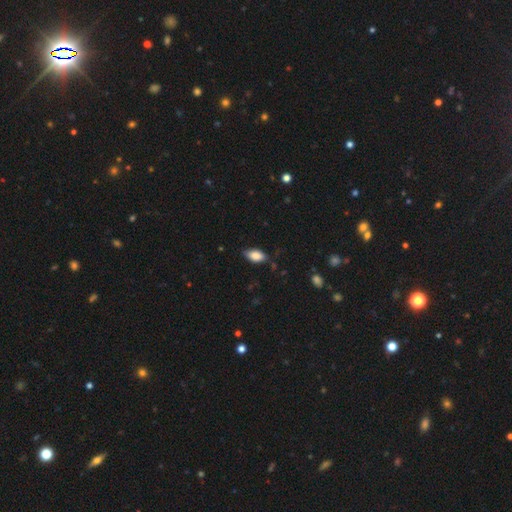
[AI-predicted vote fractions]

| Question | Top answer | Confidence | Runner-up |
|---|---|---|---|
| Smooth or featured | smooth | 85% | featured or disk (8%) |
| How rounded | in between | 92% | cigar-shaped (4%) |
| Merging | none | 77% | minor disturbance (19%) |